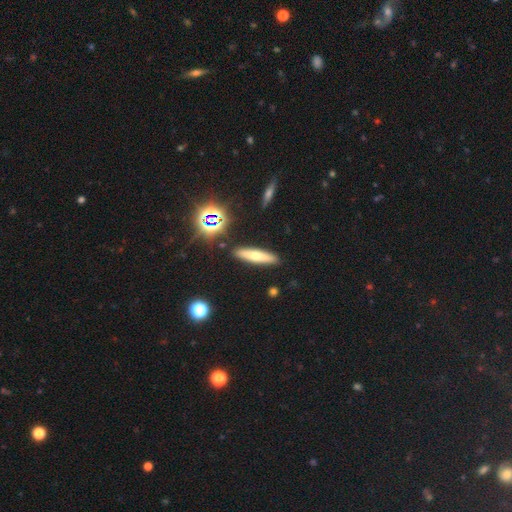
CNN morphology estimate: Smooth or featured? Predicted: smooth (p=0.57). How rounded? Predicted: cigar-shaped (p=0.78). Merging? Predicted: none (p=0.89).